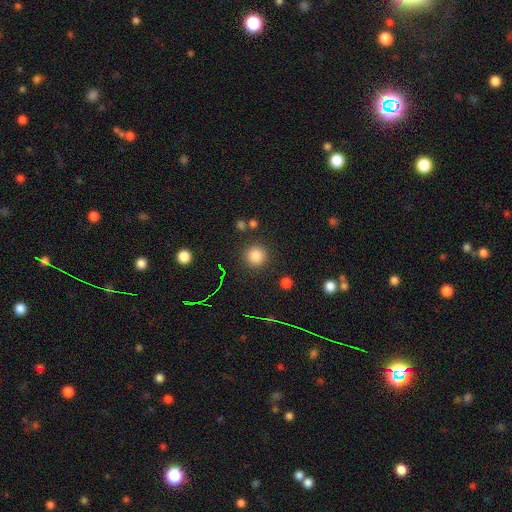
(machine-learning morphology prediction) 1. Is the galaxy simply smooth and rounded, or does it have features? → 82% smooth, 13% star or artifact, 5% featured or disk.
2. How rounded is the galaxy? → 94% round, 5% in between, 1% cigar-shaped.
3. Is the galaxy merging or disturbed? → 89% none, 6% minor disturbance, 3% major disturbance, 3% merger.